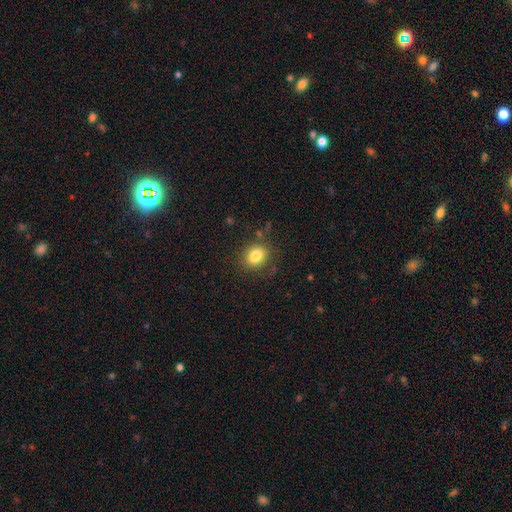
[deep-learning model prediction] The model was most divided on "how rounded": round: 52%, in between: 47%, cigar-shaped: 1%. More confident: smooth or featured — smooth (83%); merging — none (81%).